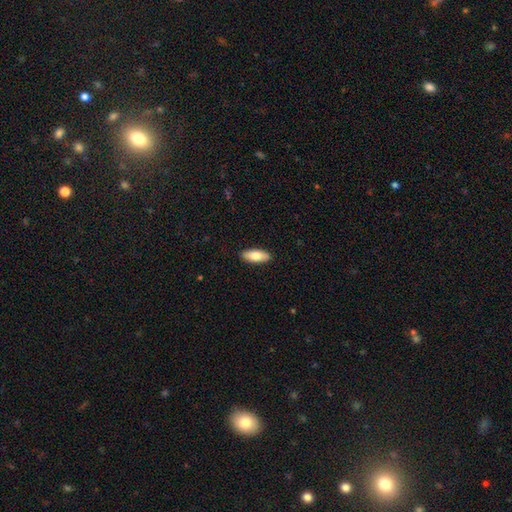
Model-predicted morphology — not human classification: A smooth galaxy with no disk features (79%) that is in between round and cigar-shaped (77%). Merging: none (90%).